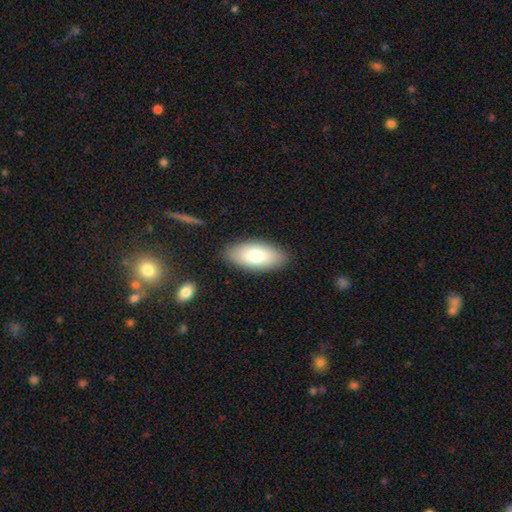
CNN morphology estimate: This appears to be a smooth galaxy with no disk features (77%) that is in between round and cigar-shaped (90%). Merging: none (87%).